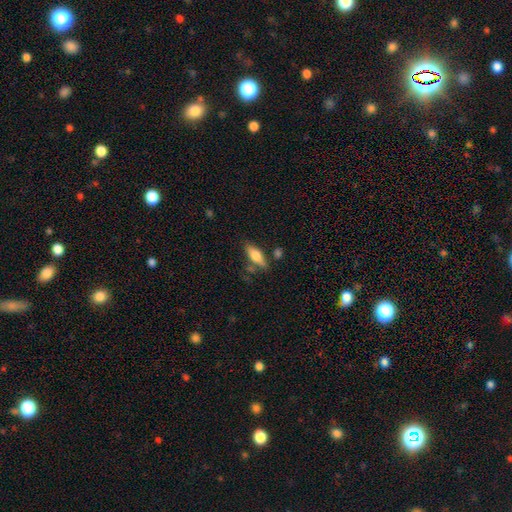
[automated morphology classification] The model was most divided on "how rounded": in between: 62%, cigar-shaped: 35%, round: 3%. More confident: merging — none (68%); smooth or featured — smooth (68%).